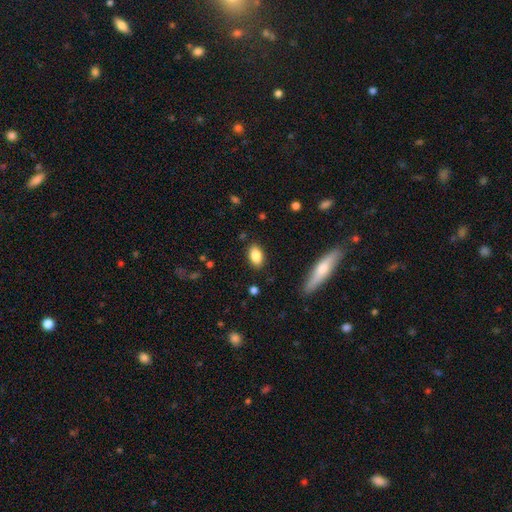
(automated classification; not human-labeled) Smooth or featured?
  - smooth: 86% *
  - star or artifact: 7%
  - featured or disk: 7%
How rounded?
  - in between: 89% *
  - round: 7%
  - cigar-shaped: 4%
Merging?
  - none: 87% *
  - minor disturbance: 9%
  - major disturbance: 2%
  - merger: 1%